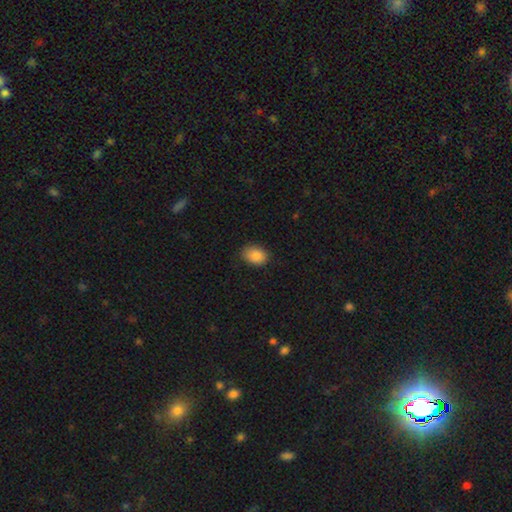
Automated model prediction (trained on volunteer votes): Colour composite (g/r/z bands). It shows a smooth galaxy with no disk features (87%) that is in between round and cigar-shaped (73%). Merging: none (83%).